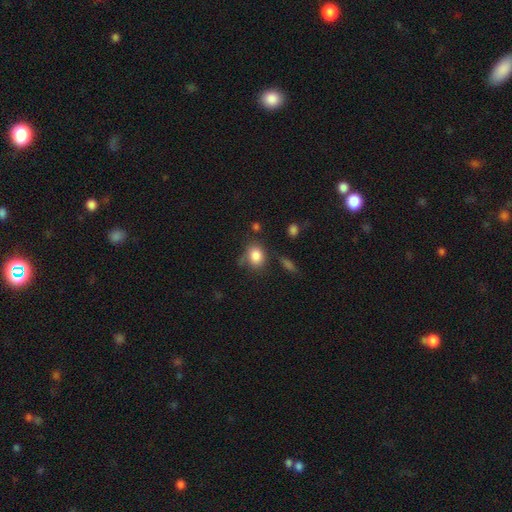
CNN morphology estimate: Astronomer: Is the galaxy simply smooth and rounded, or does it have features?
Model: smooth — 84%.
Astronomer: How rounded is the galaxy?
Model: in between — 54% (runner-up: round, 44%).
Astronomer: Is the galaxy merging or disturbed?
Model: none — 66%.